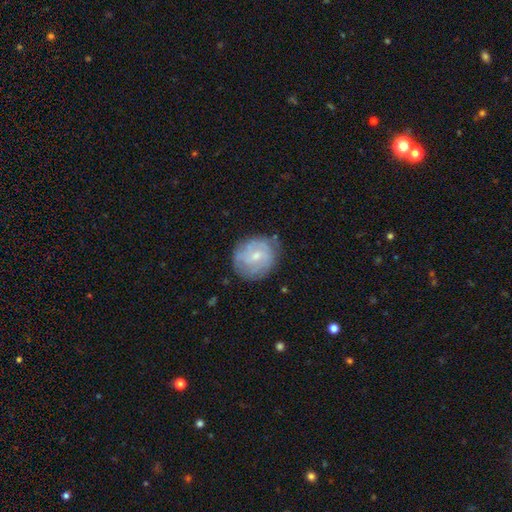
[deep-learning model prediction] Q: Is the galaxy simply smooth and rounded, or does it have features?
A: featured or disk — 58%.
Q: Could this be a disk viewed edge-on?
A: no — 97%.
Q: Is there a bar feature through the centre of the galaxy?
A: weak — 50%.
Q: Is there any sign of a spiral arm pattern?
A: yes — 74%.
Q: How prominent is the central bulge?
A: small — 55%.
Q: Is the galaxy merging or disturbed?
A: none — 73%.